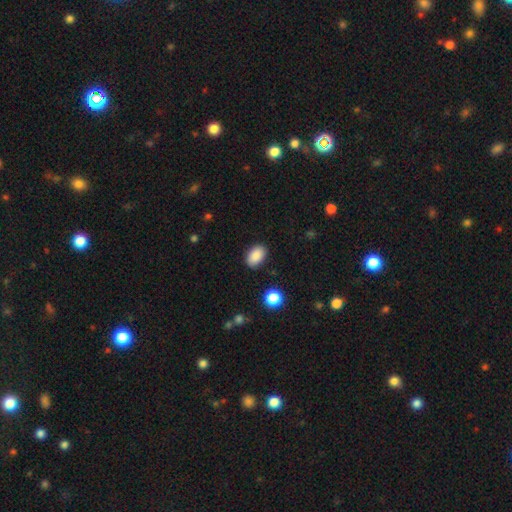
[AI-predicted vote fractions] Smooth or featured: smooth — 88% (star or artifact — 8%)
How rounded: in between — 85% (round — 14%)
Merging: none — 87% (minor disturbance — 9%)